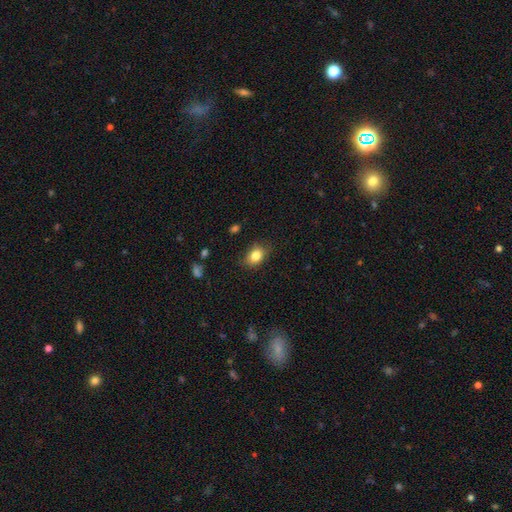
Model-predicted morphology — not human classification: Smooth or featured? Predicted: smooth (p=0.83). How rounded? Predicted: in between (p=0.74). Merging? Predicted: none (p=0.76).